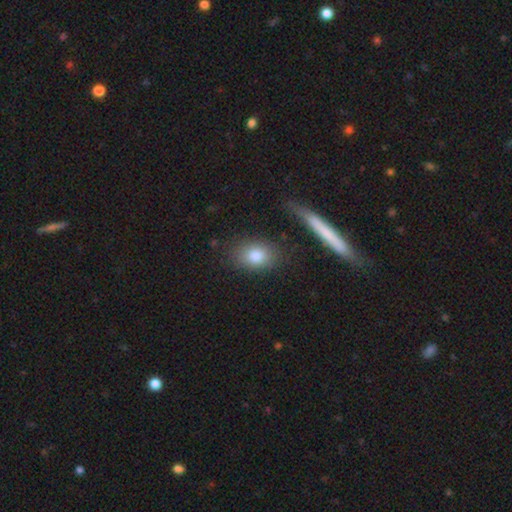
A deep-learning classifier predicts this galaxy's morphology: A smooth galaxy with no disk features (82%) that is in between round and cigar-shaped (67%). Merging: none (79%).